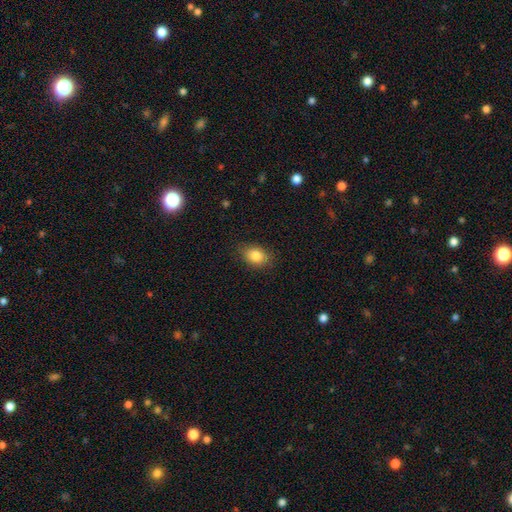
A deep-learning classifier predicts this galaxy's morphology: smooth 84%, star or artifact 9%, featured or disk 7%. Down the decision tree: how rounded — in between (74%); merging — none (85%).